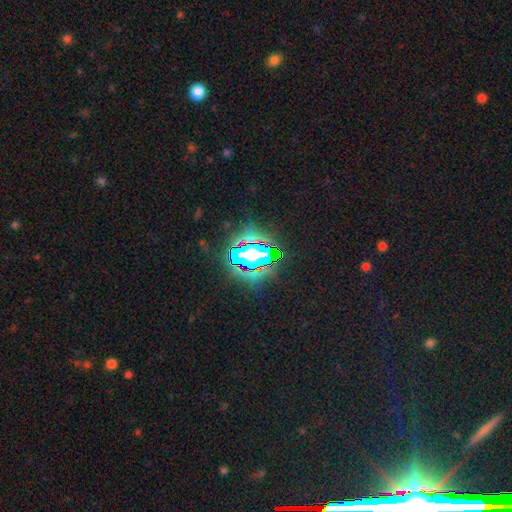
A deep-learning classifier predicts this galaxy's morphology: The model was most divided on "smooth or featured": star or artifact: 63%, smooth: 19%, featured or disk: 17%.